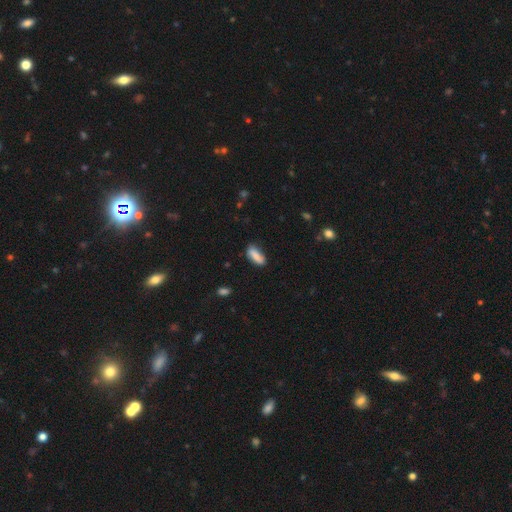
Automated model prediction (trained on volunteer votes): This is clearly a smooth galaxy (83%). How rounded: likely in between (72%). Merging: likely none (72%).